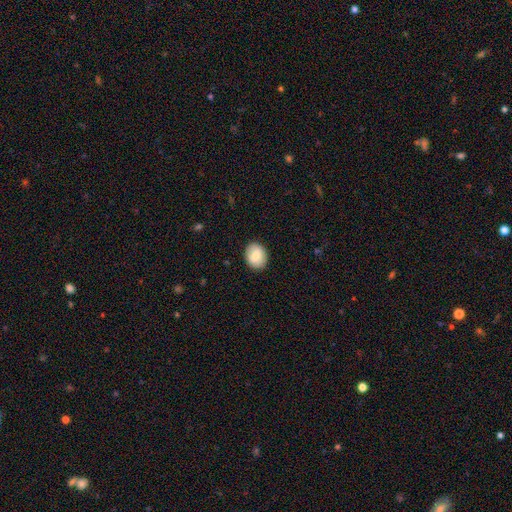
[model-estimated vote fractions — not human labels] This is clearly a smooth galaxy (80%). How rounded: possibly round (50%). Merging: clearly none (88%).